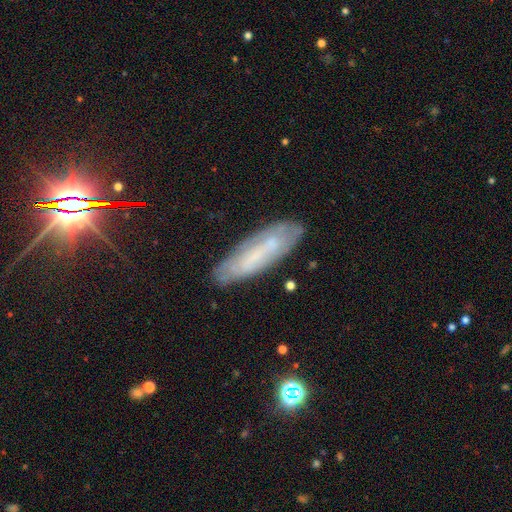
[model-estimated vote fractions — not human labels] The model was most divided on "smooth or featured": featured or disk: 48%, smooth: 42%, star or artifact: 10%. More confident: merging — none (77%).